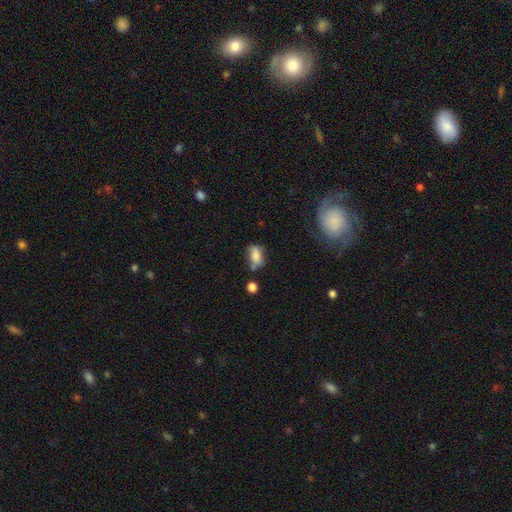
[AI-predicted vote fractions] Smooth or featured: smooth — 75% (featured or disk — 15%)
How rounded: in between — 84% (round — 10%)
Merging: none — 46% (minor disturbance — 30%)